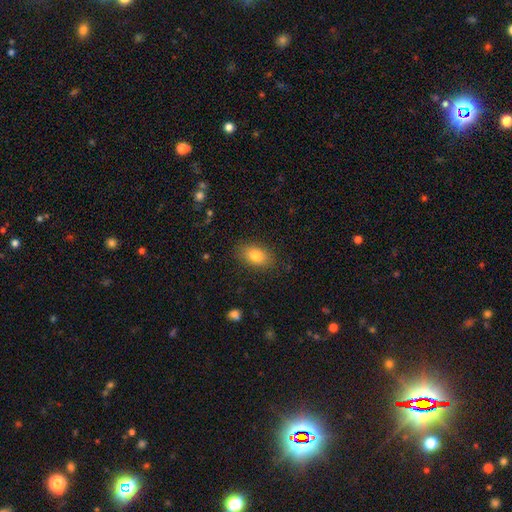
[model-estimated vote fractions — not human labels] Overall: smooth (81%). How rounded: in between (87%). Merging: none (86%).